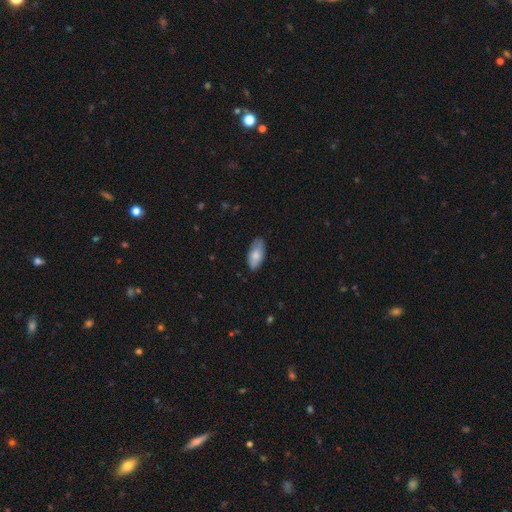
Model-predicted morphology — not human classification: This appears to be a smooth galaxy with no disk features (78%) that is in between round and cigar-shaped (91%). Merging: none (79%).